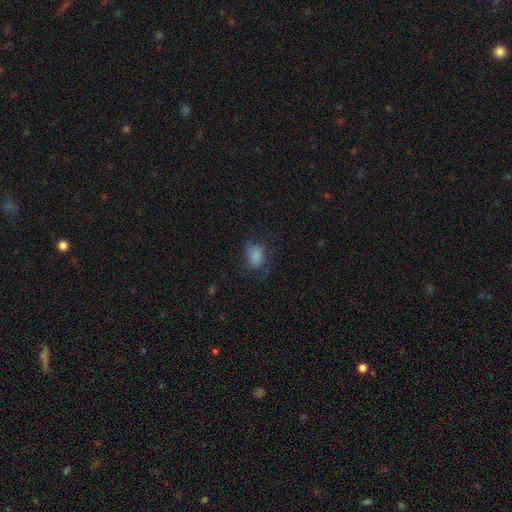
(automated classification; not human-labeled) This appears to be a smooth galaxy with no disk features (73%) that is in between round and cigar-shaped (78%). Merging: none (45%).